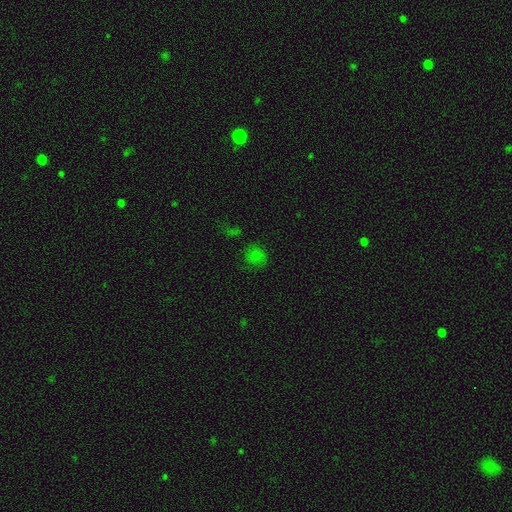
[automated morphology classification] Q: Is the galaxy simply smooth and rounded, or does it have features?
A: smooth — 66%.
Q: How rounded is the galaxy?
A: round — 81%.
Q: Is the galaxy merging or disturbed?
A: none — 73%.